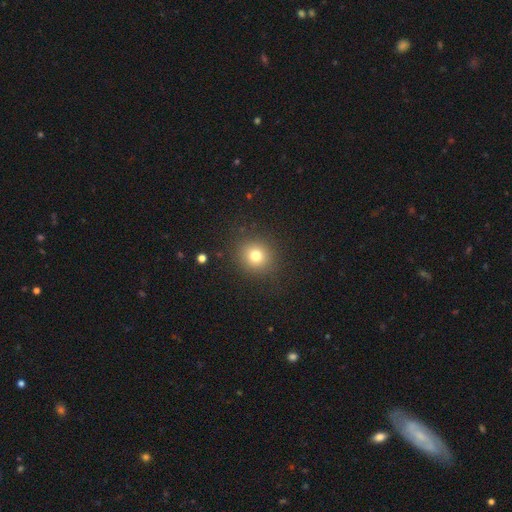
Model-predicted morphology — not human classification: Smooth or featured? Predicted: smooth (p=0.76). How rounded? Predicted: round (p=0.86). Merging? Predicted: none (p=0.88).